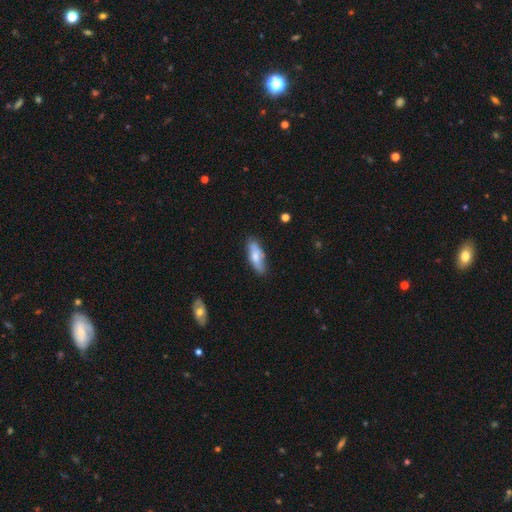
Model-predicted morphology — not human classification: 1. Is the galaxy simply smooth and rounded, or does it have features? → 69% smooth, 25% featured or disk, 6% star or artifact.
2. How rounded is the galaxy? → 62% in between, 36% cigar-shaped, 2% round.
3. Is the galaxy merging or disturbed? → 73% none, 21% minor disturbance, 4% major disturbance, 3% merger.